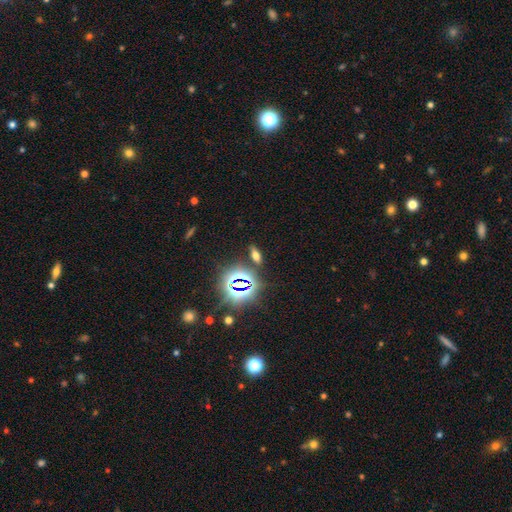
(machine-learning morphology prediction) Smooth or featured: smooth — 49% (star or artifact — 34%)
Merging: none — 84% (minor disturbance — 9%)